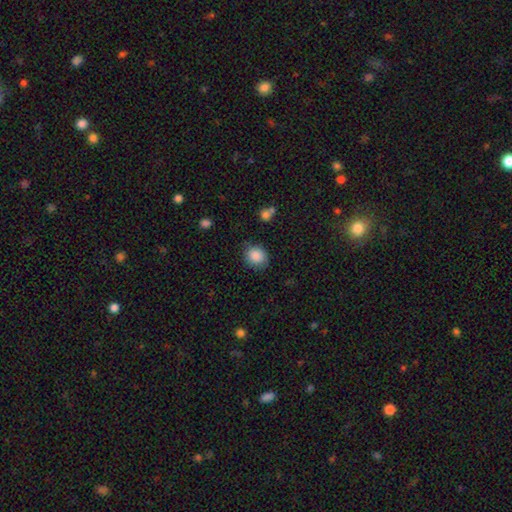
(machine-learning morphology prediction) The model was most divided on "how rounded": round: 70%, in between: 29%, cigar-shaped: 1%. More confident: smooth or featured — smooth (87%); merging — none (76%).